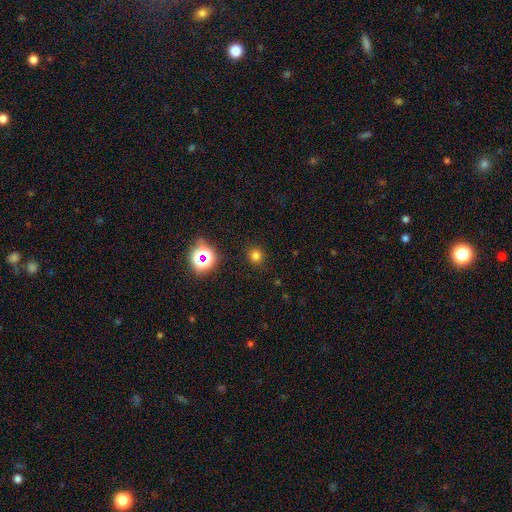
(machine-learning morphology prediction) This appears to be a smooth galaxy with no disk features (73%) that is round (93%). Merging: none (90%).